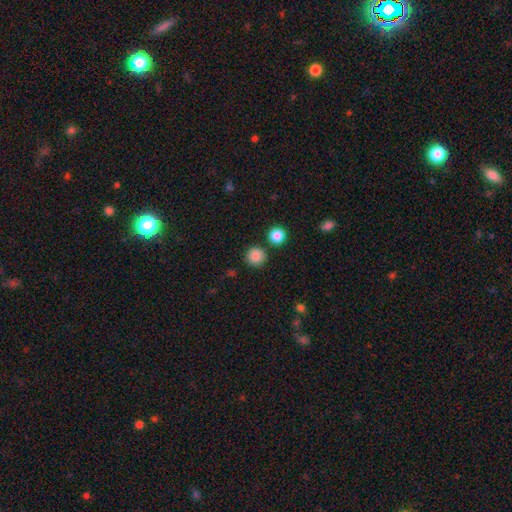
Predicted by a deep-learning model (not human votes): smooth_or_featured: smooth (p=0.85) [alt: star or artifact p=0.11]
how_rounded: round (p=0.94) [alt: in between p=0.05]
merging: none (p=0.87) [alt: minor disturbance p=0.07]